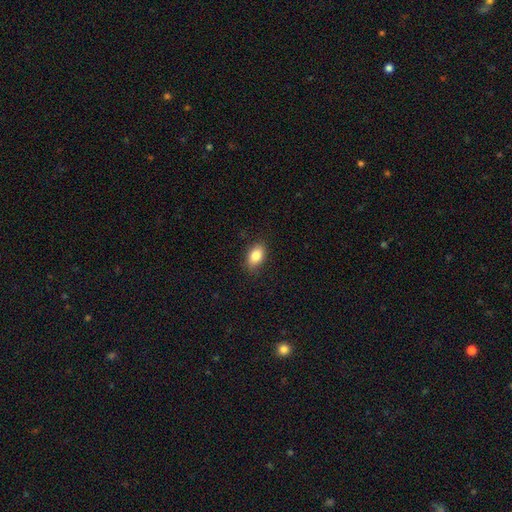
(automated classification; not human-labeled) smooth_or_featured: smooth (p=0.85) [alt: star or artifact p=0.08]
how_rounded: in between (p=0.88) [alt: round p=0.10]
merging: none (p=0.86) [alt: minor disturbance p=0.11]